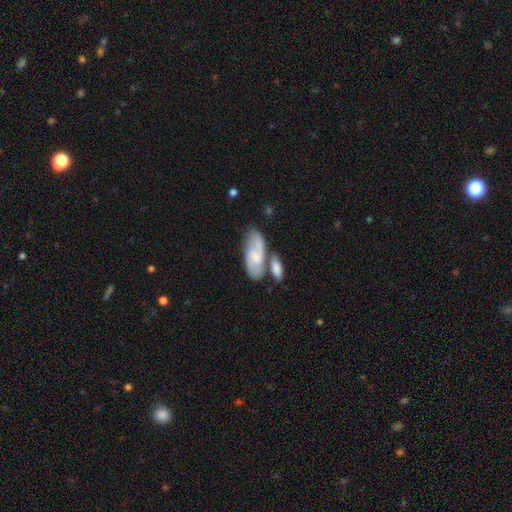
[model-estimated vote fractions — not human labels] A featured or disk galaxy (55%). Merging: none (45%).